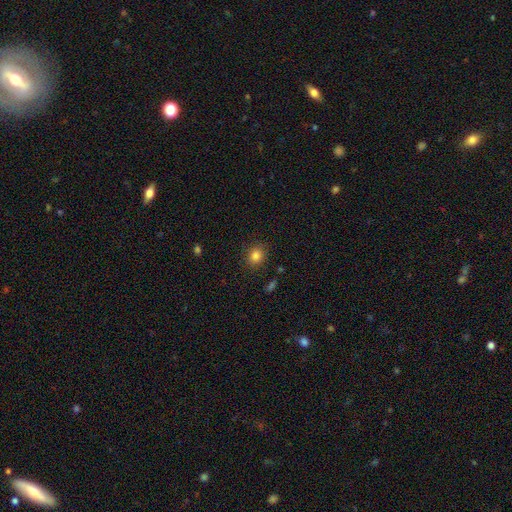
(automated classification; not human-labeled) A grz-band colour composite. It shows a smooth galaxy with no disk features (83%) that is round (73%). Merging: none (87%).